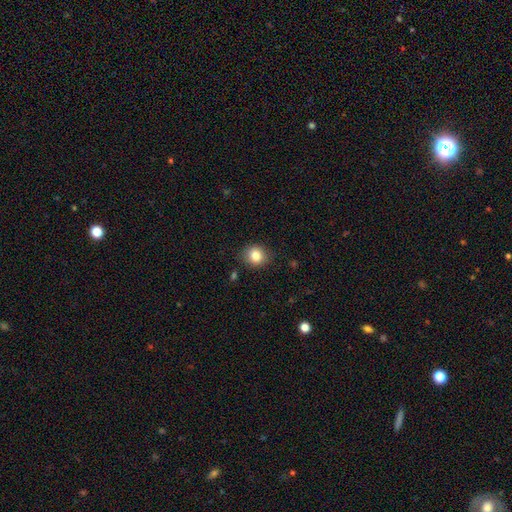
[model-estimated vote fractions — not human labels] smooth 83%, star or artifact 10%, featured or disk 7%. Down the decision tree: how rounded — round (76%); merging — none (87%).